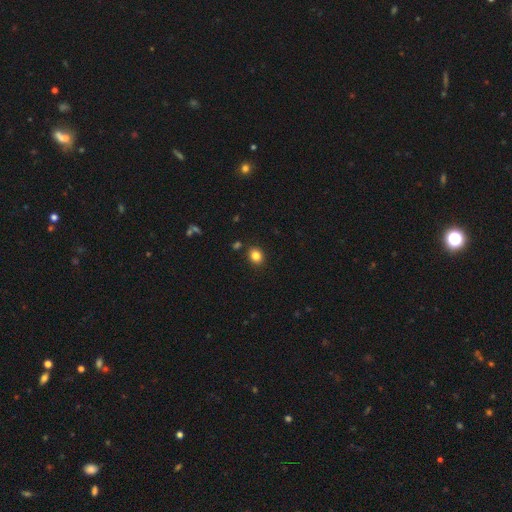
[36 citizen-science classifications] Smooth or featured: smooth — 92% (featured or disk — 6%)
How rounded: round — 58% (in between — 42%)
Merging: none — 83% (minor disturbance — 9%)